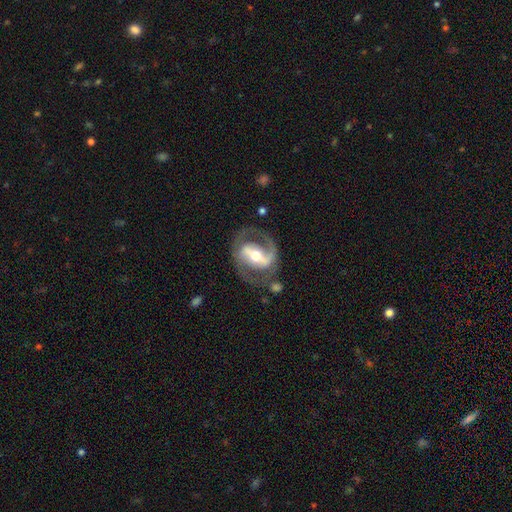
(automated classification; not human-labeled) smooth_or_featured: featured or disk (p=0.86) [alt: smooth p=0.10]
disk_edge_on: no (p=0.96) [alt: yes p=0.04]
bar: strong (p=0.57) [alt: weak p=0.29]
has_spiral_arms: yes (p=0.91) [alt: no p=0.09]
spiral_winding: medium (p=0.54) [alt: tight p=0.29]
spiral_arm_count: 2 (p=0.82) [alt: 1 p=0.11]
bulge_size: moderate (p=0.65) [alt: small p=0.21]
merging: none (p=0.70) [alt: minor disturbance p=0.16]